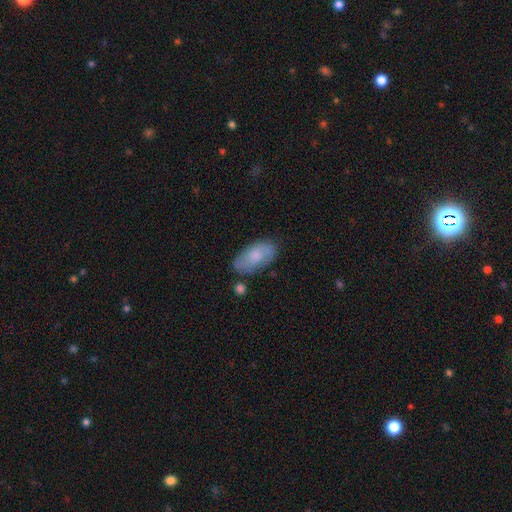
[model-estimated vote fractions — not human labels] smooth 56%, featured or disk 37%, star or artifact 7%. Down the decision tree: how rounded — in between (93%); merging — none (70%).